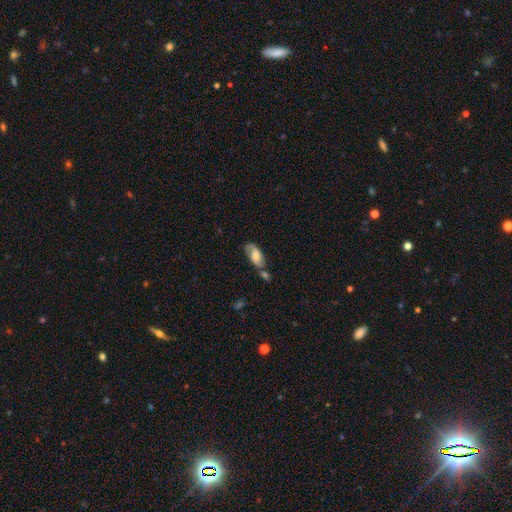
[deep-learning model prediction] Smooth or featured: featured or disk — 48% (smooth — 45%)
Merging: none — 50% (minor disturbance — 21%)